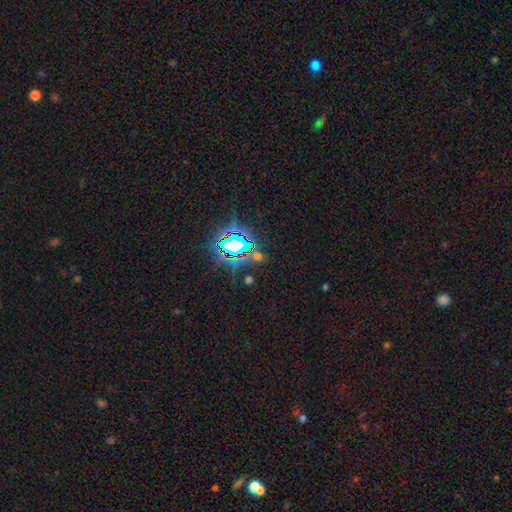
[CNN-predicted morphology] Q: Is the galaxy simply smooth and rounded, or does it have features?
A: star or artifact — 74%.